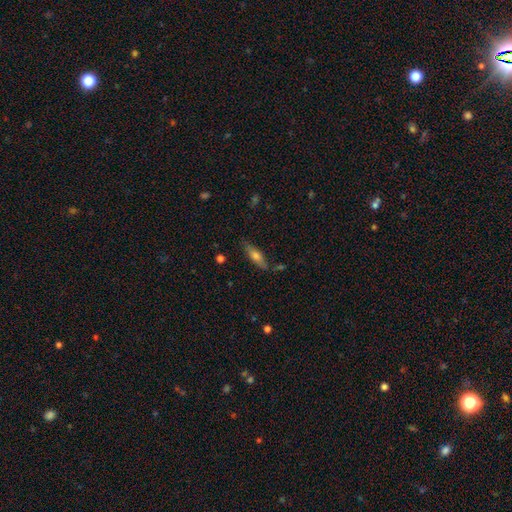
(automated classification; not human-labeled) Smooth or featured? smooth (60%)
How rounded? cigar-shaped (55%)
Merging? none (77%)